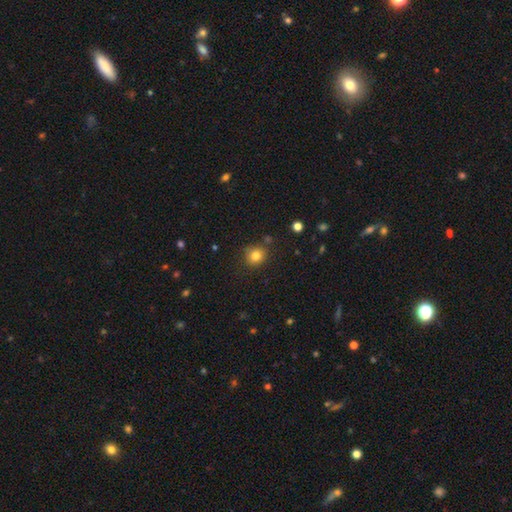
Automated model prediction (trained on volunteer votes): Morphology: type=smooth (81%); roundness=round (84%); merging=none (81%).